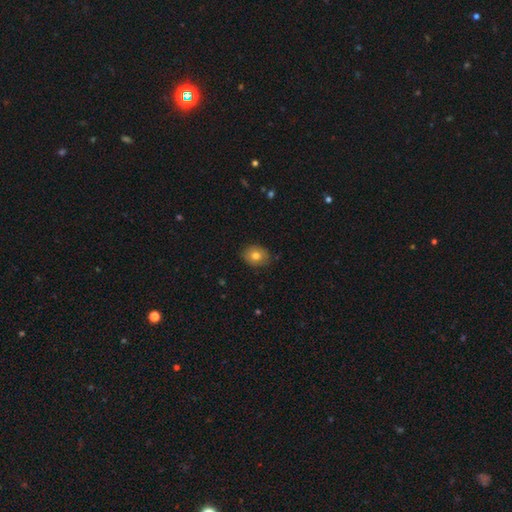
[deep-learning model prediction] Smooth or featured?
  - smooth: 78% *
  - featured or disk: 13%
  - star or artifact: 9%
How rounded?
  - round: 53% *
  - in between: 46%
  - cigar-shaped: 1%
Merging?
  - none: 85% *
  - minor disturbance: 11%
  - major disturbance: 2%
  - merger: 1%